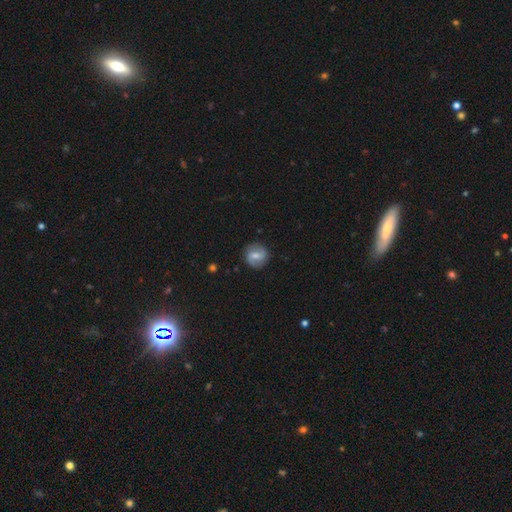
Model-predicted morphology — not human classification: Smooth or featured: featured or disk — 55% (smooth — 37%)
Edge-on disk: no — 97% (yes — 3%)
Bar: weak — 52% (no — 24%)
Spiral arms: yes — 83% (no — 17%)
Bulge size: moderate — 55% (small — 36%)
Merging: none — 86% (minor disturbance — 10%)